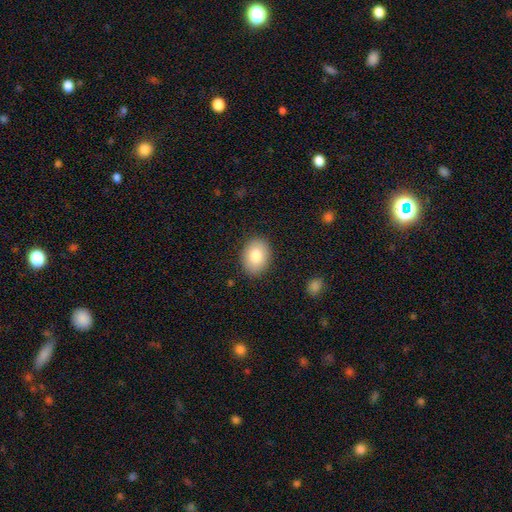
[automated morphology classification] type=smooth (83%); roundness=in between (73%); merging=none (88%).